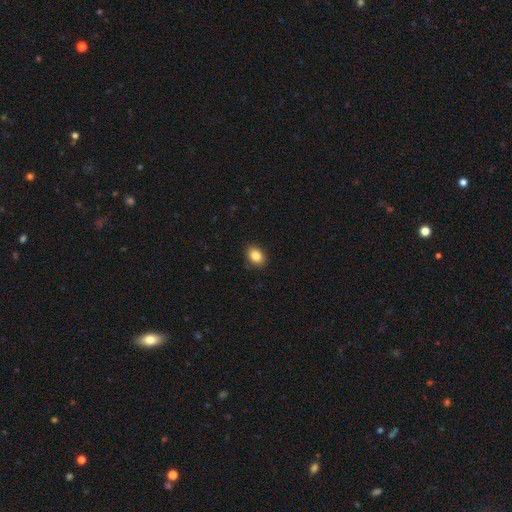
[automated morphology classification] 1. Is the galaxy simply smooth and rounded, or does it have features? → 86% smooth, 9% star or artifact, 5% featured or disk.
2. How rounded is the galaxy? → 72% in between, 27% round, 1% cigar-shaped.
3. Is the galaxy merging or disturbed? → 88% none, 9% minor disturbance, 2% major disturbance, 1% merger.